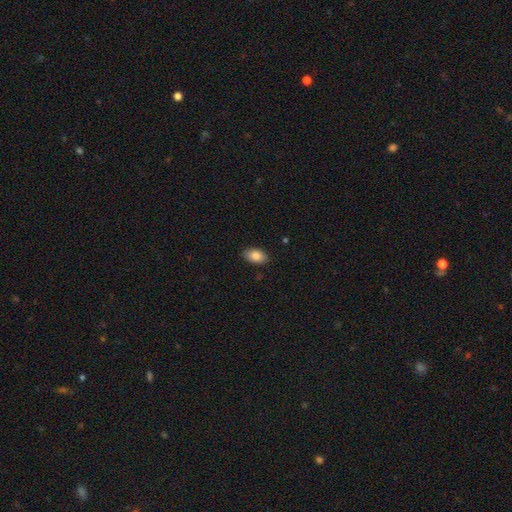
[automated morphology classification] A smooth galaxy with no disk features (86%) that is in between round and cigar-shaped (91%). Merging: none (87%).